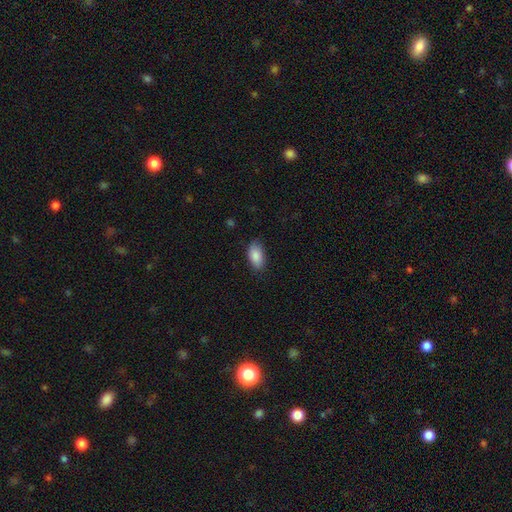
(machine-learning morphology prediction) smooth 88%, star or artifact 7%, featured or disk 5%. Down the decision tree: how rounded — in between (93%); merging — none (80%).